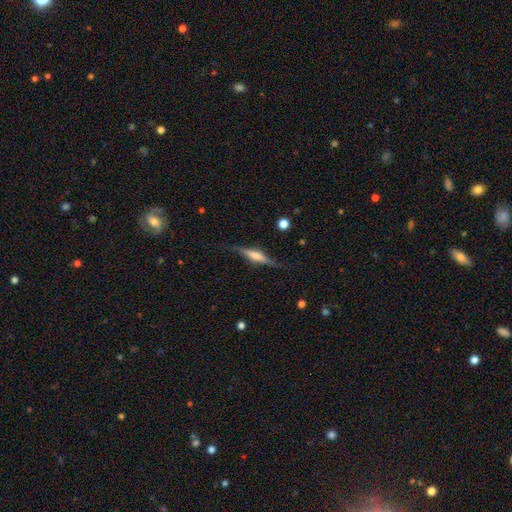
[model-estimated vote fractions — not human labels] Q: Smooth or featured?
A: featured or disk (64%); runner-up: smooth (30%)
Q: Edge-on disk?
A: yes (95%); runner-up: no (5%)
Q: Edge-on bulge?
A: rounded (56%); runner-up: boxy (33%)
Q: Merging?
A: none (80%); runner-up: minor disturbance (14%)